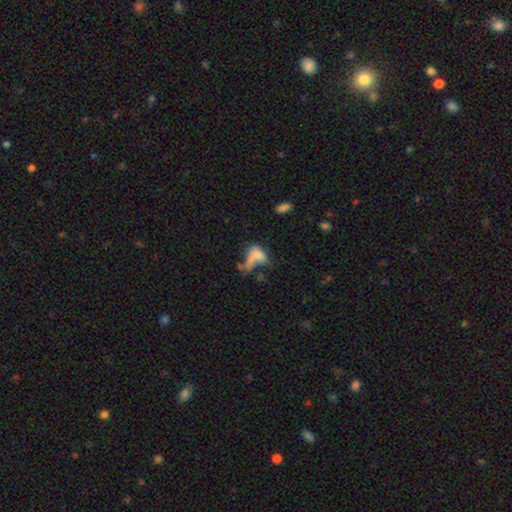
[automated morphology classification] type=smooth (65%); roundness=in between (82%); merging=merger (34%).